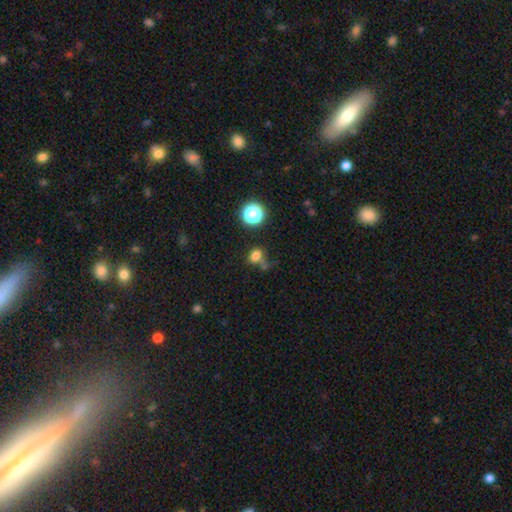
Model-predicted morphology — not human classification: This appears to be a smooth galaxy with no disk features (74%) that is round (57%). Merging: none (49%).